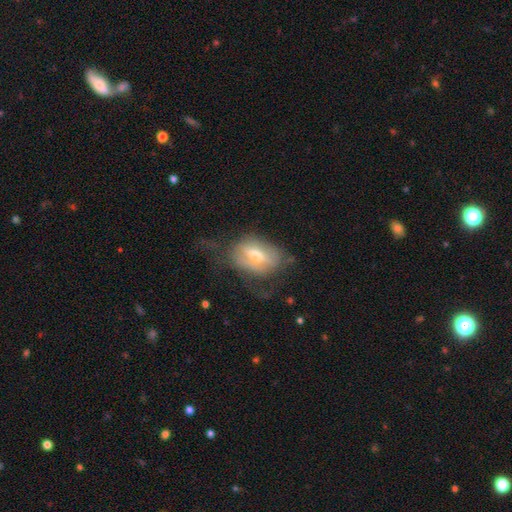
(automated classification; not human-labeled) smooth_or_featured: featured or disk (p=0.47) [alt: smooth p=0.45]
merging: none (p=0.42) [alt: major disturbance p=0.30]